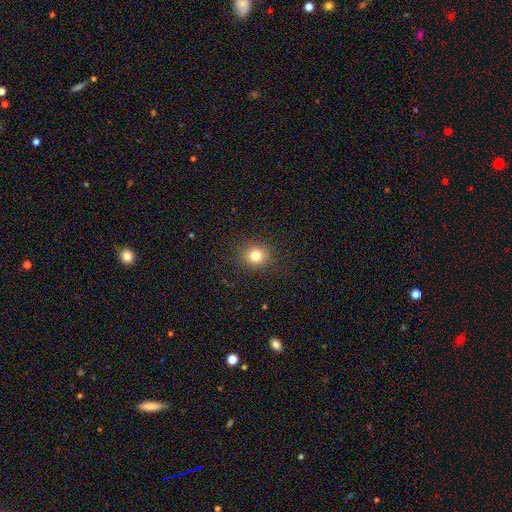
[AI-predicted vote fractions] This is clearly a smooth galaxy (81%). How rounded: clearly round (85%). Merging: clearly none (90%).